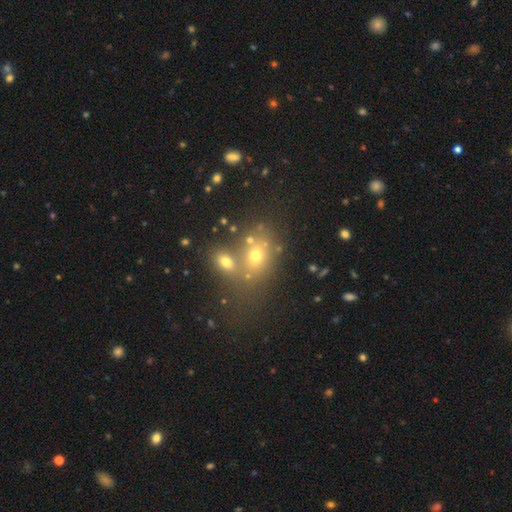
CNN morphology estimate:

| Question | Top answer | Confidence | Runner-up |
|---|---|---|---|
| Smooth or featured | smooth | 50% | star or artifact (28%) |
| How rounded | in between | 52% | round (45%) |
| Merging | merger | 46% | none (38%) |